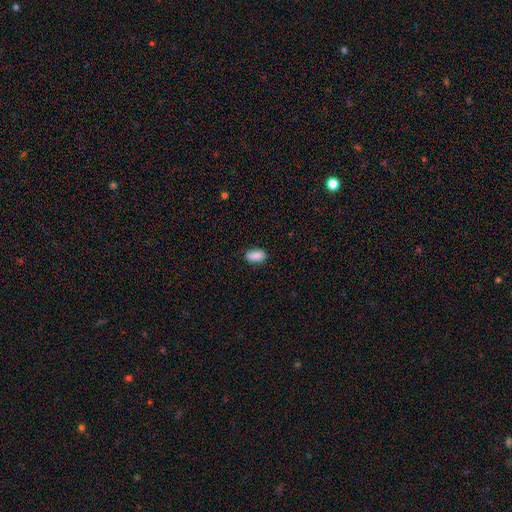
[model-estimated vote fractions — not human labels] Smooth or featured? Predicted: smooth (p=0.87). How rounded? Predicted: in between (p=0.90). Merging? Predicted: none (p=0.85).